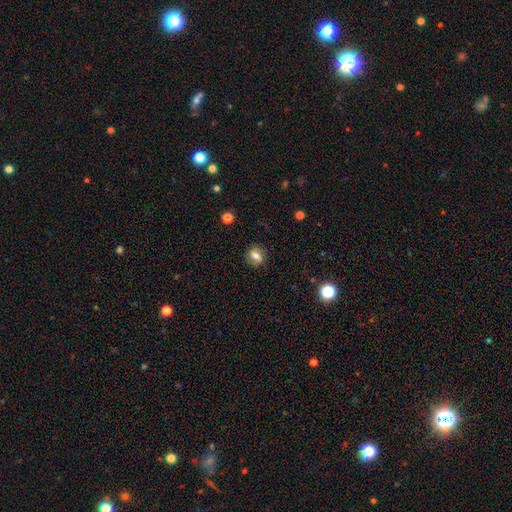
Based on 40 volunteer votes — This appears to be a smooth galaxy with no disk features (65%) that is round (62%). Merging: none (69%).